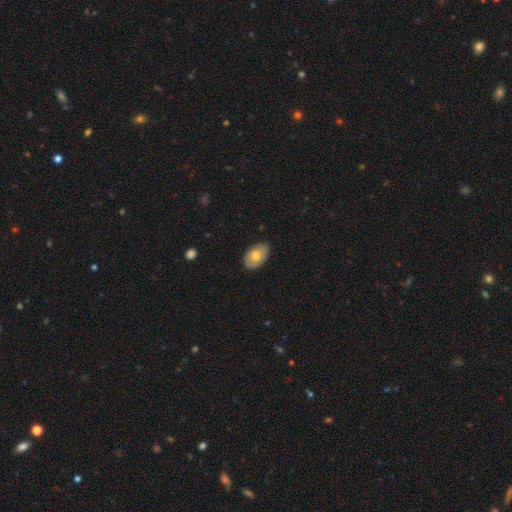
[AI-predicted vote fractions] smooth_or_featured: smooth (p=0.70) [alt: featured or disk p=0.23]
how_rounded: in between (p=0.89) [alt: round p=0.10]
merging: none (p=0.79) [alt: minor disturbance p=0.17]